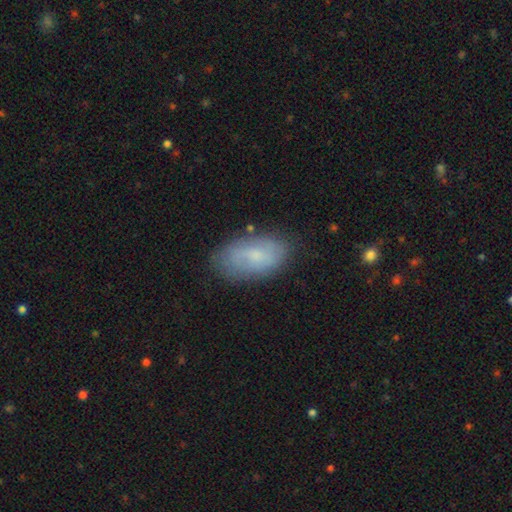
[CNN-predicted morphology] The model was most divided on "smooth or featured": smooth: 58%, featured or disk: 34%, star or artifact: 7%. More confident: how rounded — in between (93%); merging — none (75%).